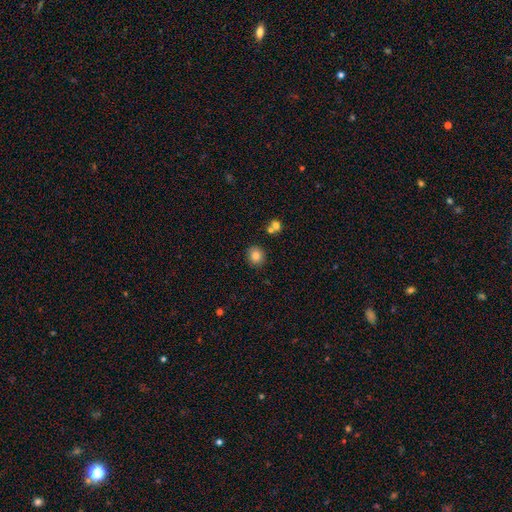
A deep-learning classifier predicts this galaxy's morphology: Smooth or featured? smooth (82%)
How rounded? round (82%)
Merging? none (85%)